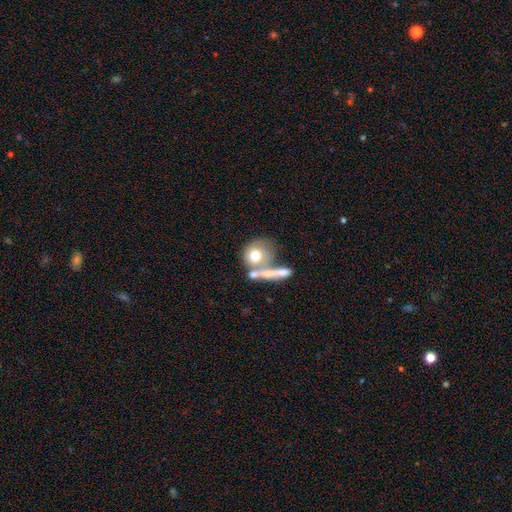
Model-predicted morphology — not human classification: A smooth galaxy with no disk features (63%) that is round (69%).

Vote fractions:
- Smooth or featured? smooth: 63% / featured or disk: 28% / star or artifact: 9%
- How rounded? round: 69% / in between: 25% / cigar-shaped: 6%
- Merging? merger: 40% / none: 37% / minor disturbance: 12% / major disturbance: 12%